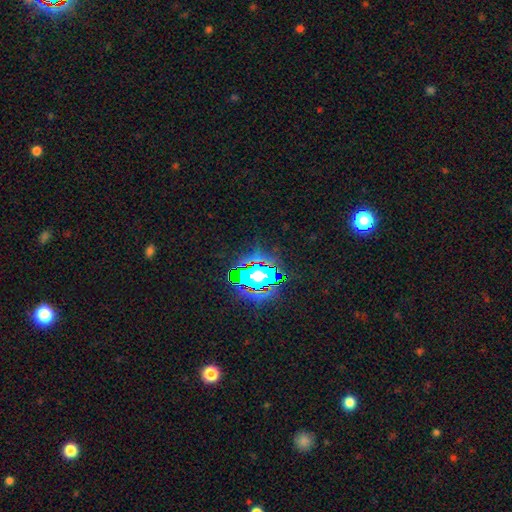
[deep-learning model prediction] Morphology: type=star or artifact (75%).